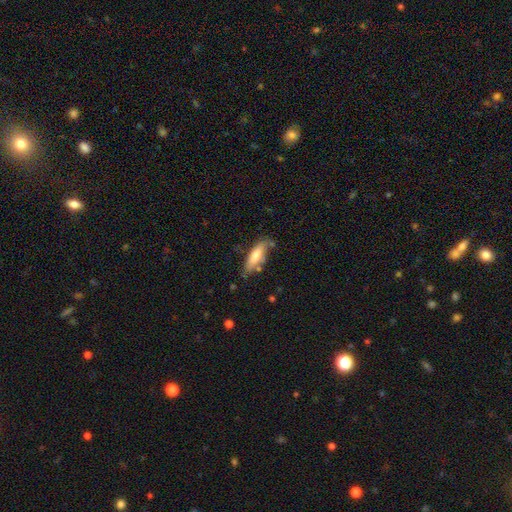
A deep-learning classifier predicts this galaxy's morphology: The model was most divided on "how rounded": cigar-shaped: 52%, in between: 46%, round: 2%. More confident: smooth or featured — smooth (67%); merging — none (64%).